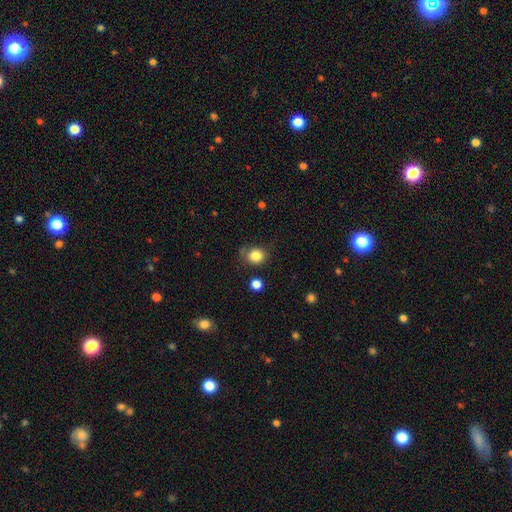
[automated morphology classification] type=smooth (83%); roundness=round (79%); merging=none (75%).